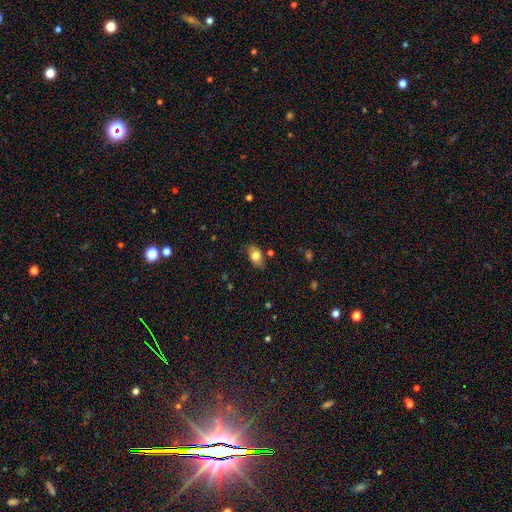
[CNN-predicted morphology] This is likely a smooth galaxy (77%). How rounded: clearly in between (88%). Merging: likely none (77%).